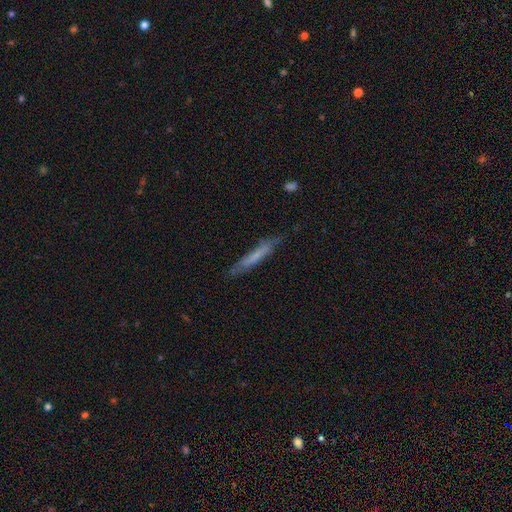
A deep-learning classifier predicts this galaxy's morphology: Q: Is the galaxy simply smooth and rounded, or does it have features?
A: smooth — 55%.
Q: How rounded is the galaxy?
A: cigar-shaped — 93%.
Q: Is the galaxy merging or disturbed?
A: none — 76%.